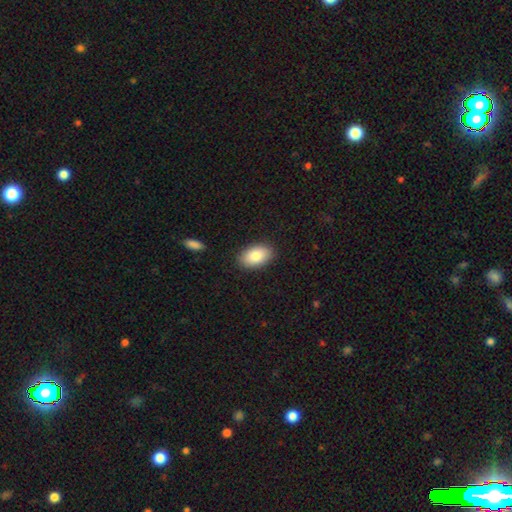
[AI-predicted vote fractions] Smooth or featured? Predicted: smooth (p=0.84). How rounded? Predicted: in between (p=0.92). Merging? Predicted: none (p=0.88).